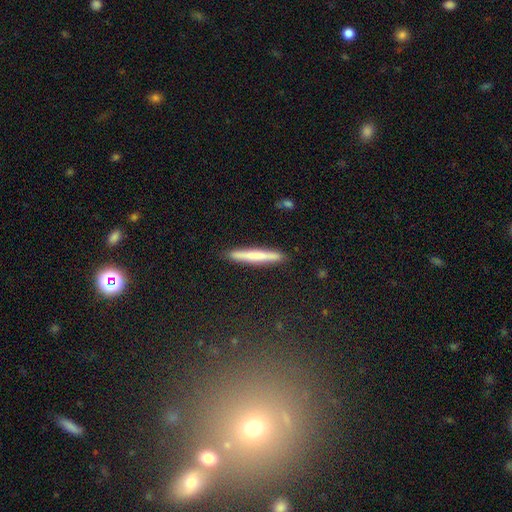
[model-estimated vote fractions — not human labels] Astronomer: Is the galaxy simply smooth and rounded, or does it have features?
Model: smooth — 60%.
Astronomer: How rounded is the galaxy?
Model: cigar-shaped — 96%.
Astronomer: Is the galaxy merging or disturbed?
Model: none — 90%.